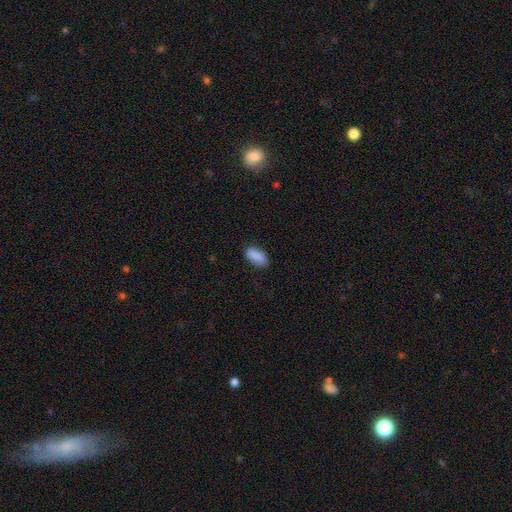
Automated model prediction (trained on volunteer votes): Overall: smooth (87%). How rounded: in between (90%). Merging: none (77%).